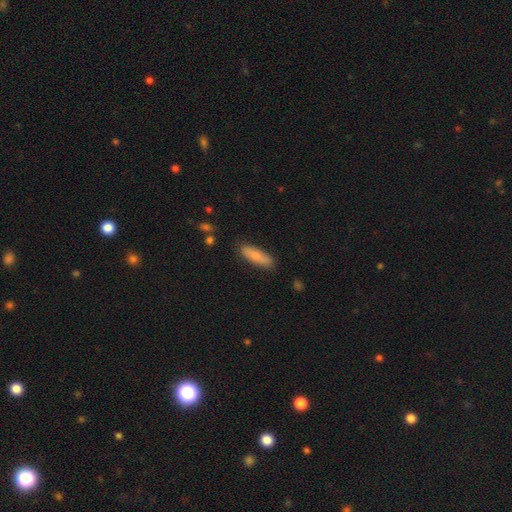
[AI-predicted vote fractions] A smooth galaxy with no disk features (76%) that is cigar-shaped (54%).

Vote fractions:
- Smooth or featured? smooth: 76% / featured or disk: 17% / star or artifact: 6%
- How rounded? cigar-shaped: 54% / in between: 45% / round: 2%
- Merging? none: 84% / minor disturbance: 12% / major disturbance: 2% / merger: 1%